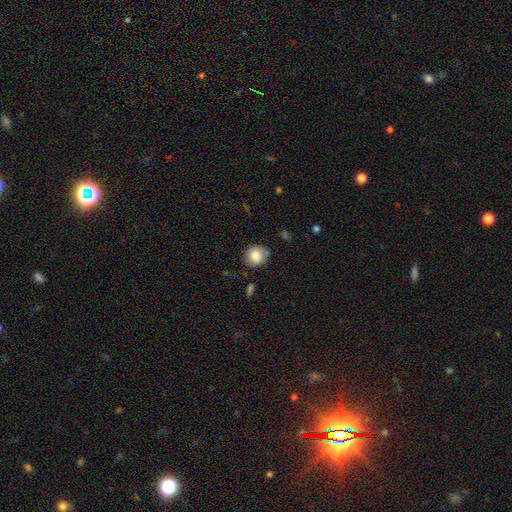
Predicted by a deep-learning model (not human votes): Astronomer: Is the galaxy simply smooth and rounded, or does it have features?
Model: smooth — 83%.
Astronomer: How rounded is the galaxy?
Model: round — 83%.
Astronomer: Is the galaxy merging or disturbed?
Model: none — 75%.